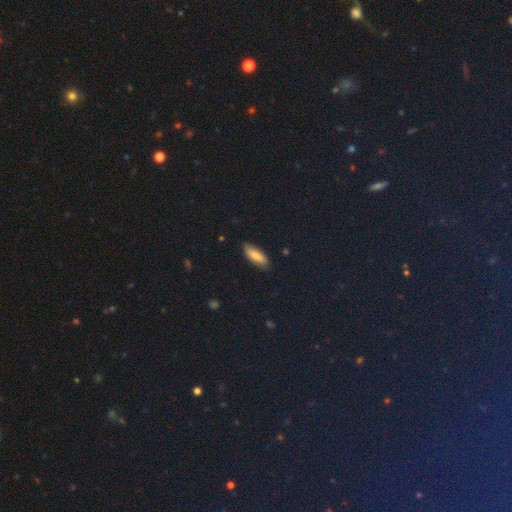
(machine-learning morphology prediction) type=smooth (74%); roundness=in between (69%); merging=none (82%).